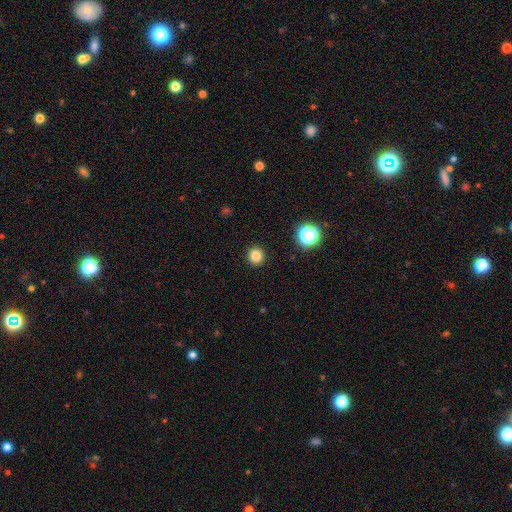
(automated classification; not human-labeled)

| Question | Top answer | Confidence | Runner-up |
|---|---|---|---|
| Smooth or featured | smooth | 82% | star or artifact (13%) |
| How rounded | round | 89% | in between (10%) |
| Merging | none | 92% | minor disturbance (5%) |